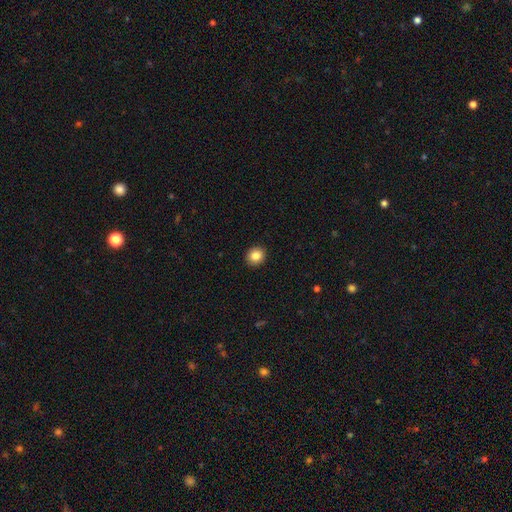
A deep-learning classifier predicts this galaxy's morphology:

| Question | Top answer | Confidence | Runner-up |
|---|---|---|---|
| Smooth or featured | smooth | 86% | star or artifact (9%) |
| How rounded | round | 79% | in between (20%) |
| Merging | none | 92% | minor disturbance (5%) |